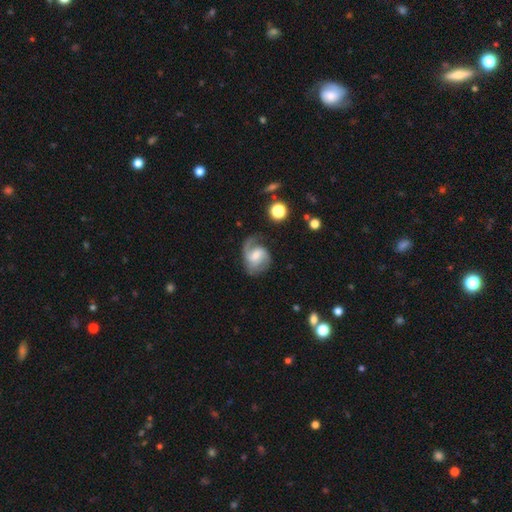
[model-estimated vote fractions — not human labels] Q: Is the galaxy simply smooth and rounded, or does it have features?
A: featured or disk — 78%.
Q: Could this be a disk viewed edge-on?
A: no — 98%.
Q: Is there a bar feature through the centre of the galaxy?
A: weak — 51%.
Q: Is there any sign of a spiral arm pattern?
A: yes — 95%.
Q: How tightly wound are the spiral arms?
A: medium — 48%.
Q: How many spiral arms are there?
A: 2 — 60%.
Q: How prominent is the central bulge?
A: moderate — 45%.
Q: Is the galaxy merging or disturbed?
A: none — 58%.